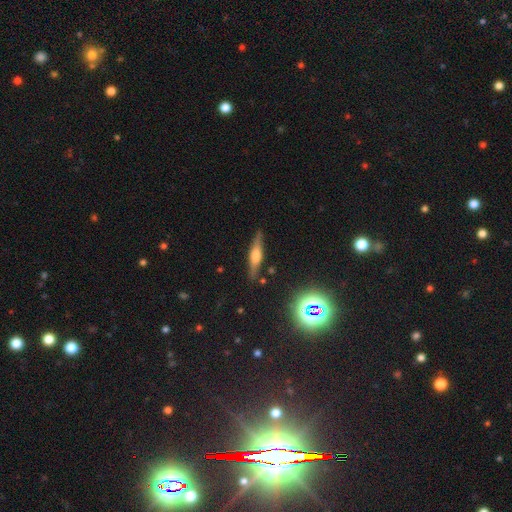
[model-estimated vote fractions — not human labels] Q: Smooth or featured?
A: featured or disk (59%); runner-up: smooth (32%)
Q: Edge-on disk?
A: yes (94%); runner-up: no (6%)
Q: Edge-on bulge?
A: rounded (74%); runner-up: boxy (21%)
Q: Merging?
A: none (85%); runner-up: minor disturbance (11%)